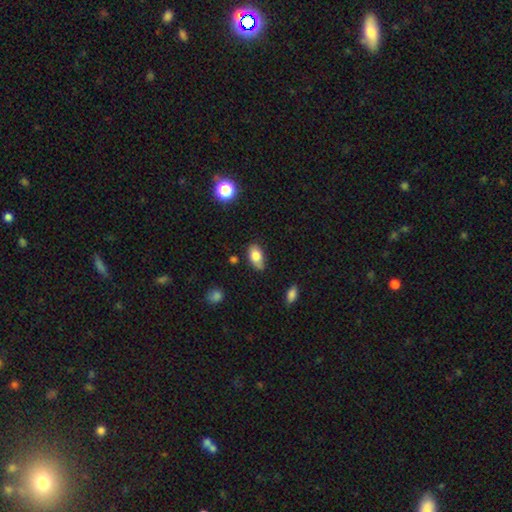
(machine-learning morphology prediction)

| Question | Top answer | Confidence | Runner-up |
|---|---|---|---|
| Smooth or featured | smooth | 80% | featured or disk (12%) |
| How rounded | in between | 91% | round (7%) |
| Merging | none | 66% | minor disturbance (26%) |